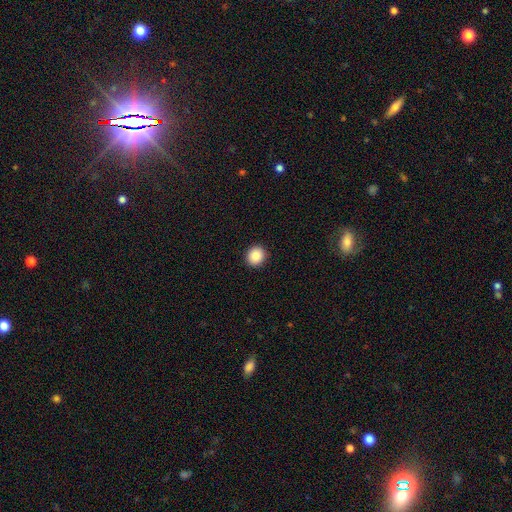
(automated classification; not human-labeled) The model was most divided on "how rounded": round: 88%, in between: 11%, cigar-shaped: 1%. More confident: merging — none (93%); smooth or featured — smooth (88%).